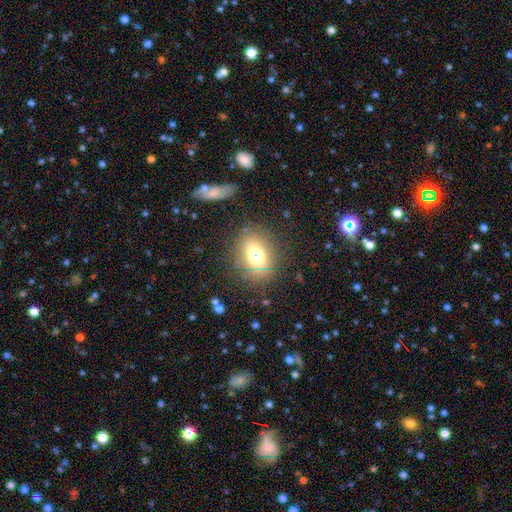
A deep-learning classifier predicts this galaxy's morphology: type=smooth (66%); roundness=in between (52%); merging=none (76%).